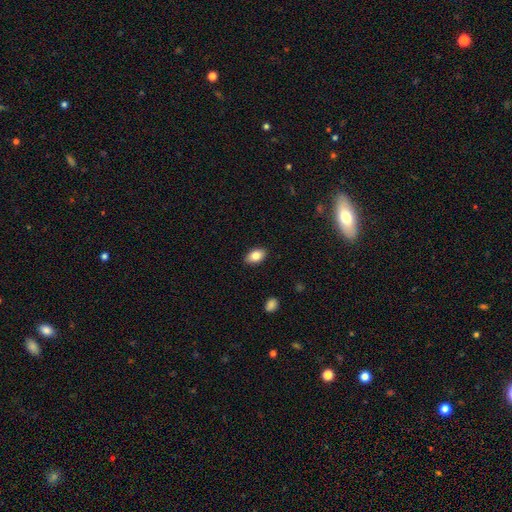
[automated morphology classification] This is clearly a smooth galaxy (84%). How rounded: clearly in between (90%). Merging: clearly none (88%).